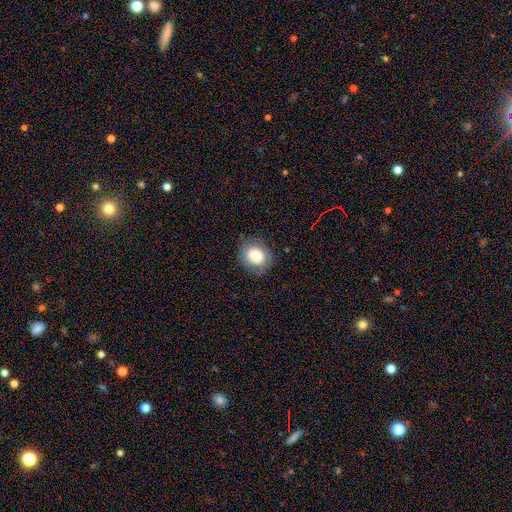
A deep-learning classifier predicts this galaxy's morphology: type=smooth (79%); roundness=round (58%); merging=none (80%).